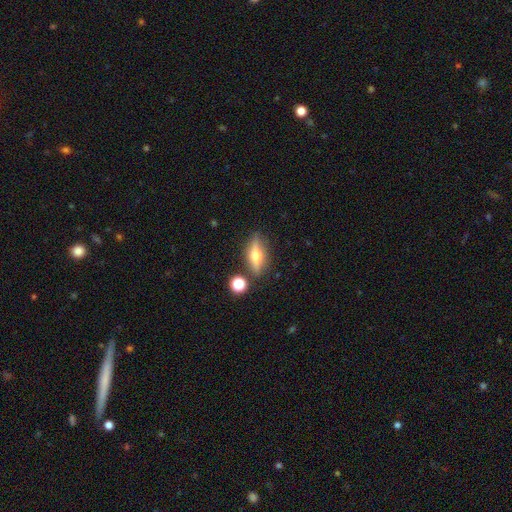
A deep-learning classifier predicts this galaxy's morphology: Smooth or featured?
  - featured or disk: 57% *
  - smooth: 34%
  - star or artifact: 9%
Edge-on disk?
  - yes: 90% *
  - no: 10%
Edge-on bulge?
  - rounded: 93% *
  - boxy: 4%
  - none: 3%
Merging?
  - none: 81% *
  - minor disturbance: 11%
  - merger: 4%
  - major disturbance: 3%